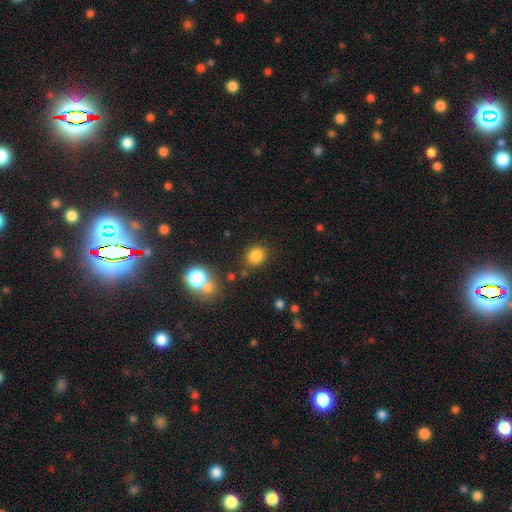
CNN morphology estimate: This is clearly a smooth galaxy (81%). How rounded: likely round (72%). Merging: clearly none (82%).